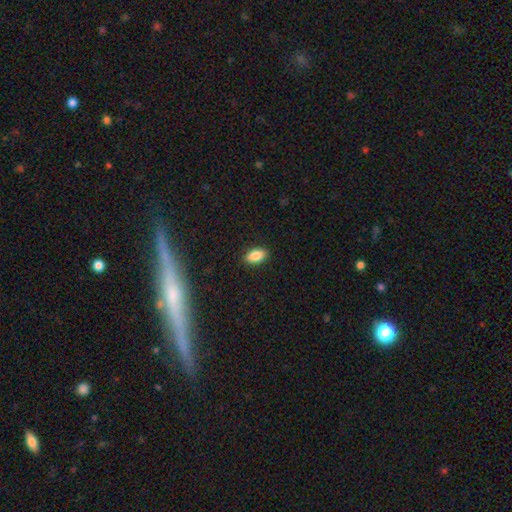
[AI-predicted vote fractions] This appears to be a smooth galaxy with no disk features (85%) that is in between round and cigar-shaped (91%). Merging: none (89%).